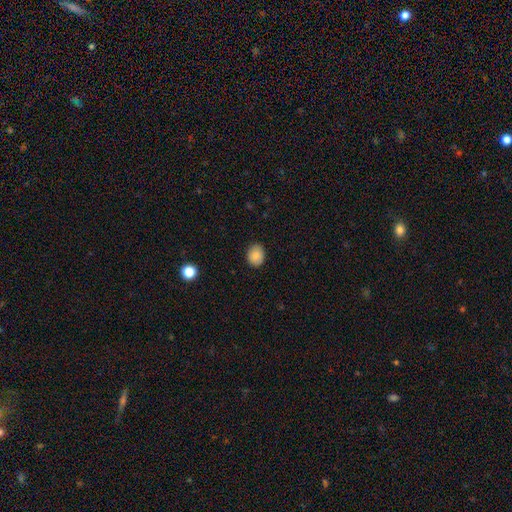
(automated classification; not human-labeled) This is clearly a smooth galaxy (86%). How rounded: possibly in between (52%). Merging: clearly none (87%).